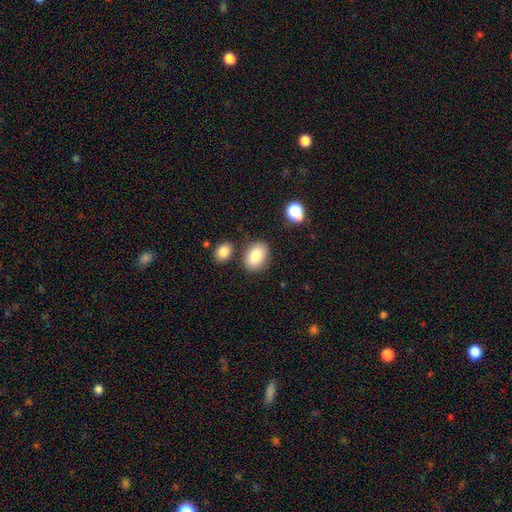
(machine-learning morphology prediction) This is clearly a smooth galaxy (84%). How rounded: likely in between (78%). Merging: likely none (79%).